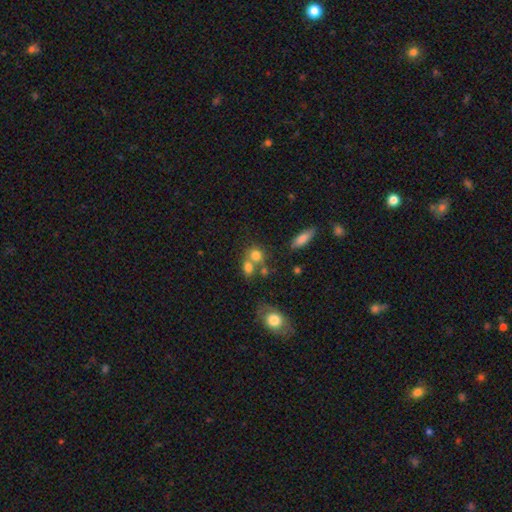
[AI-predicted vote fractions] A smooth galaxy with no disk features (76%) that is round (71%).

Vote fractions:
- Smooth or featured? smooth: 76% / star or artifact: 12% / featured or disk: 12%
- How rounded? round: 71% / in between: 27% / cigar-shaped: 2%
- Merging? merger: 47% / none: 40% / minor disturbance: 9% / major disturbance: 4%